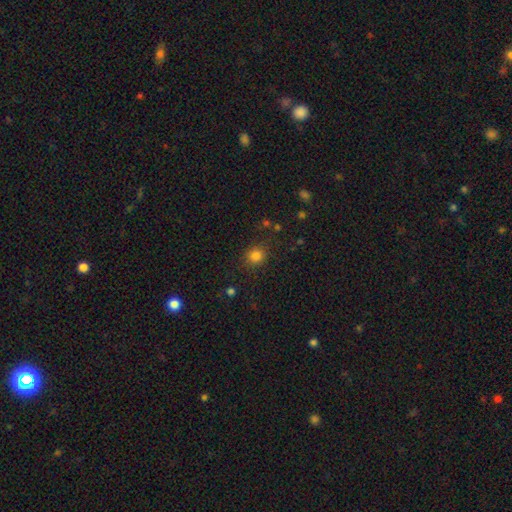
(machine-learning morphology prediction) smooth_or_featured: smooth (p=0.83) [alt: star or artifact p=0.13]
how_rounded: round (p=0.86) [alt: in between p=0.13]
merging: none (p=0.86) [alt: minor disturbance p=0.09]